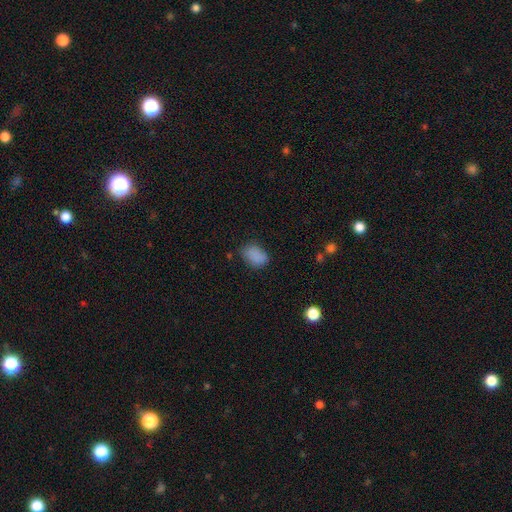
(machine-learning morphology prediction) smooth-or-featured: smooth: 85% | star or artifact: 10% | featured or disk: 5%
  how-rounded: in between: 83% | round: 16% | cigar-shaped: 1%
  merging: none: 71% | minor disturbance: 22% | major disturbance: 5% | merger: 2%